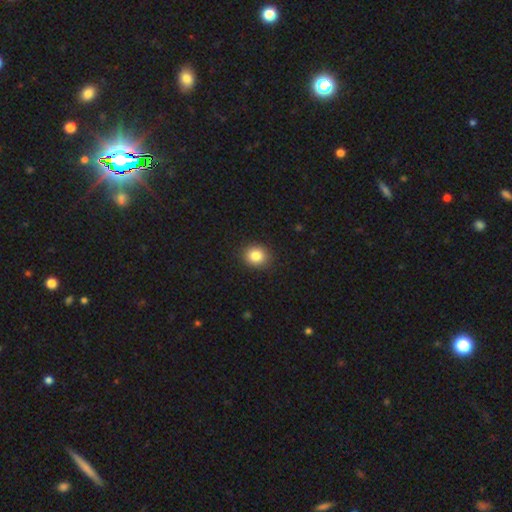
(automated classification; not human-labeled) smooth 84%, star or artifact 10%, featured or disk 6%. Down the decision tree: how rounded — round (78%); merging — none (90%).